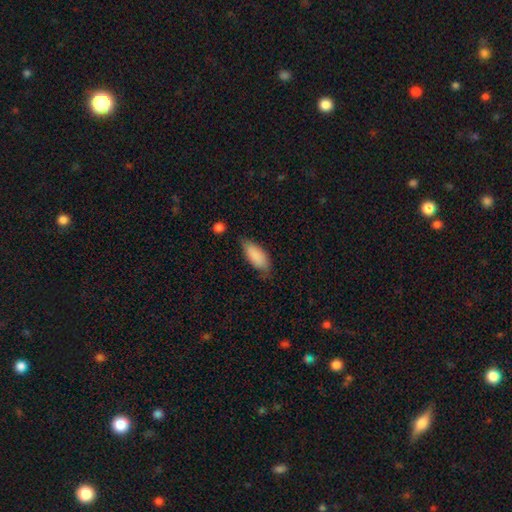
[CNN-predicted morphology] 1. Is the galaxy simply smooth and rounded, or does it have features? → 86% smooth, 8% featured or disk, 6% star or artifact.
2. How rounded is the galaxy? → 82% in between, 16% cigar-shaped, 2% round.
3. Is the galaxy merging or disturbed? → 59% none, 32% minor disturbance, 6% major disturbance, 3% merger.